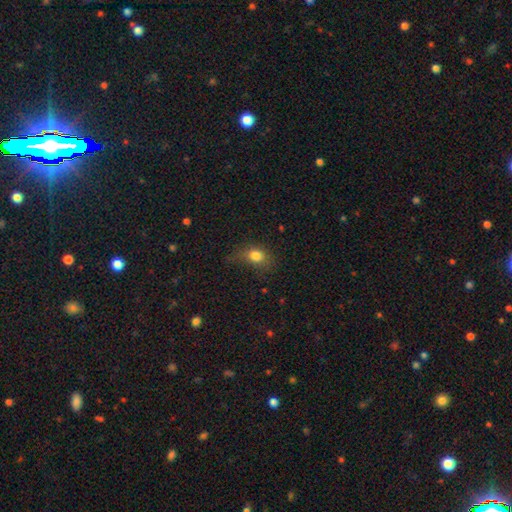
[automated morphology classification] smooth_or_featured: smooth (p=0.81) [alt: star or artifact p=0.11]
how_rounded: in between (p=0.55) [alt: round p=0.43]
merging: none (p=0.51) [alt: minor disturbance p=0.29]